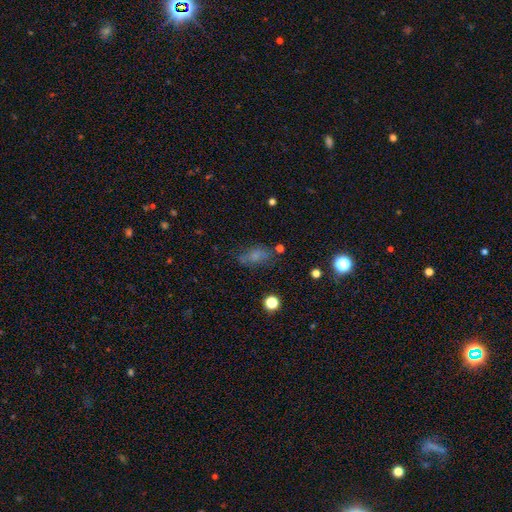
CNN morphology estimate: This is likely a smooth galaxy (60%). How rounded: likely in between (77%). Merging: likely none (64%).